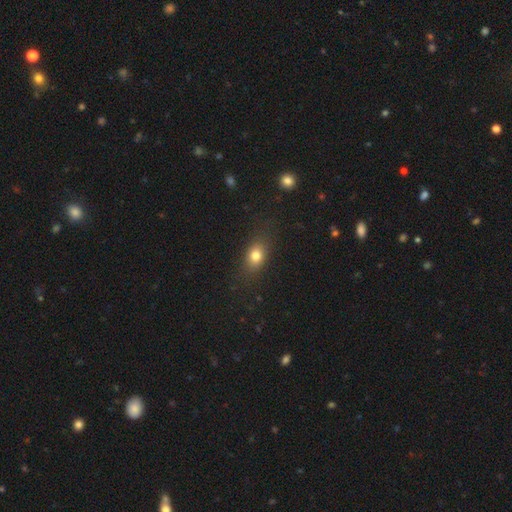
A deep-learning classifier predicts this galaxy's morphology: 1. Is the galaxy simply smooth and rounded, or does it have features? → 79% smooth, 12% star or artifact, 10% featured or disk.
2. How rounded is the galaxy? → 65% in between, 31% round, 4% cigar-shaped.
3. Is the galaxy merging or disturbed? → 80% none, 13% minor disturbance, 5% major disturbance, 2% merger.